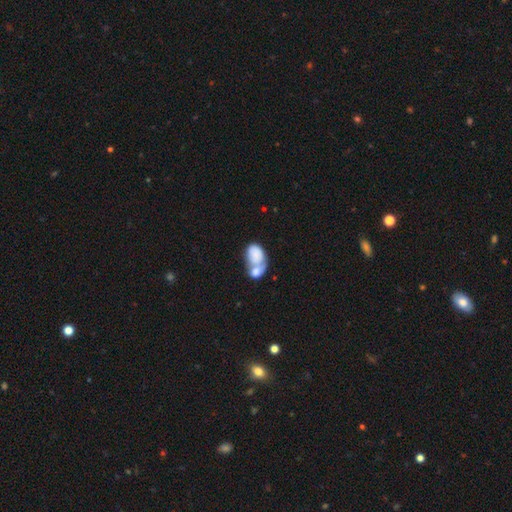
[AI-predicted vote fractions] This is likely a smooth galaxy (73%). How rounded: clearly in between (84%). Merging: likely merger (66%).